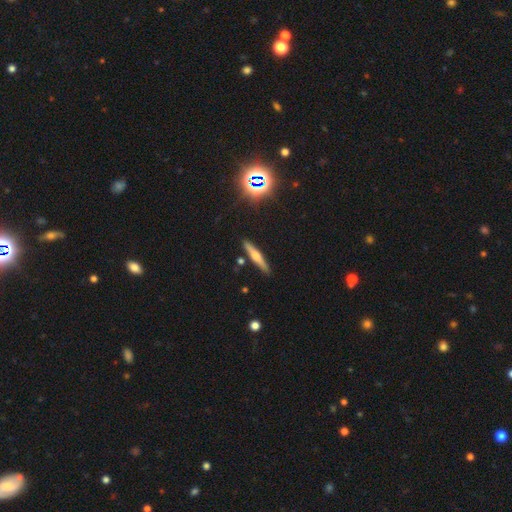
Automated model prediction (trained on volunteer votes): Morphology: type=featured or disk (54%); edge-on=yes (96%); edge-on bulge=rounded (84%); merging=none (88%).